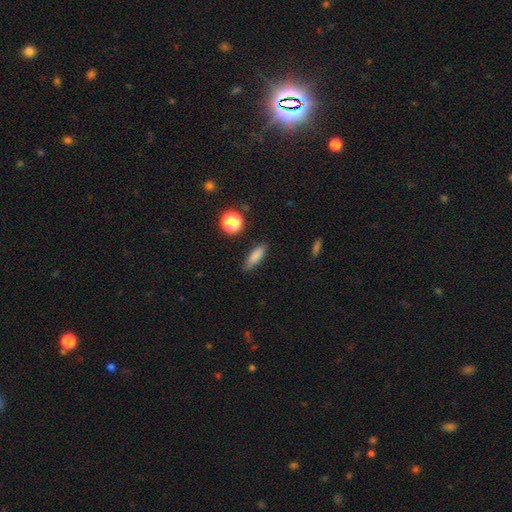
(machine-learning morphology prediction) Smooth or featured: smooth — 83% (star or artifact — 9%)
How rounded: in between — 48% (cigar-shaped — 47%)
Merging: none — 83% (minor disturbance — 12%)